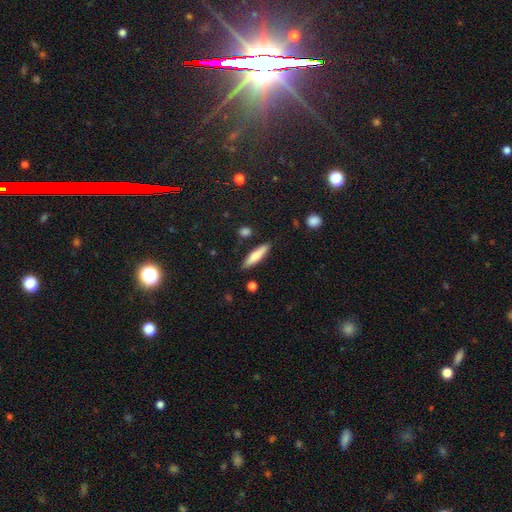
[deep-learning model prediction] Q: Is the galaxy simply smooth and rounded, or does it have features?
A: smooth — 72%.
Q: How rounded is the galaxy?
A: cigar-shaped — 76%.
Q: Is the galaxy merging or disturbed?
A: none — 85%.